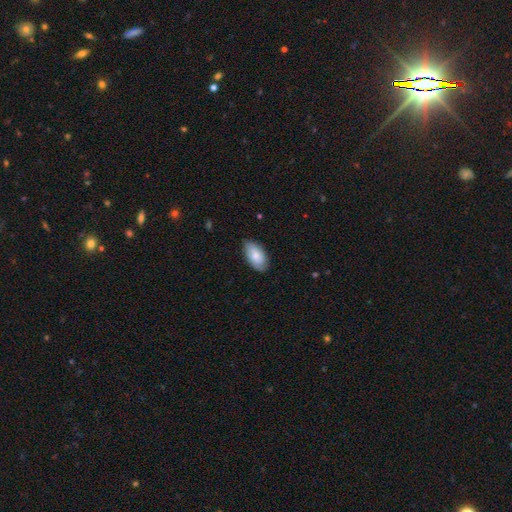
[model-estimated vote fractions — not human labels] Smooth or featured? Predicted: smooth (p=0.75). How rounded? Predicted: in between (p=0.94). Merging? Predicted: none (p=0.80).